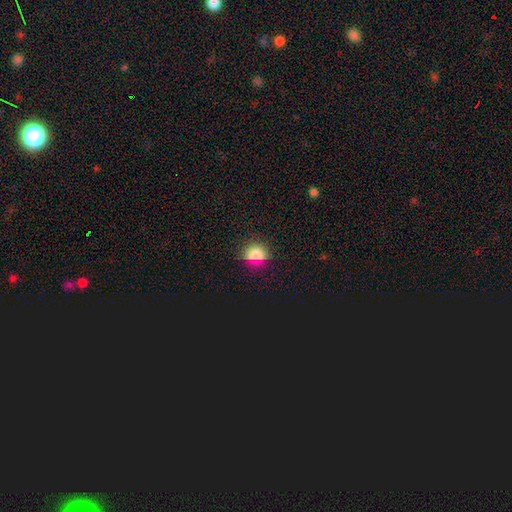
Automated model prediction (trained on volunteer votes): Morphology: type=smooth (75%); roundness=round (82%); merging=none (88%).